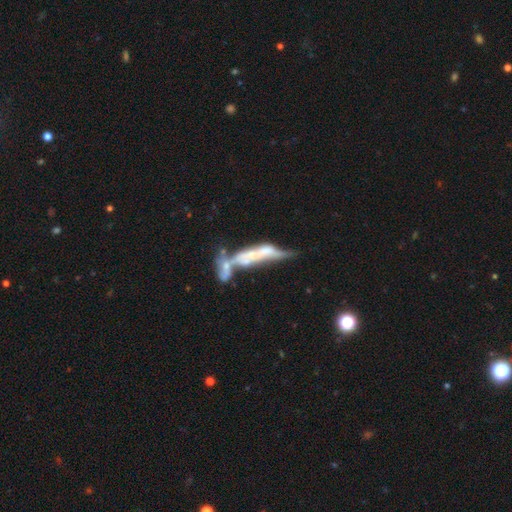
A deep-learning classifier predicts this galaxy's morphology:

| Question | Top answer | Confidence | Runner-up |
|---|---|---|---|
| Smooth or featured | featured or disk | 58% | smooth (29%) |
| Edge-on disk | no | 53% | yes (47%) |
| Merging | merger | 59% | major disturbance (17%) |